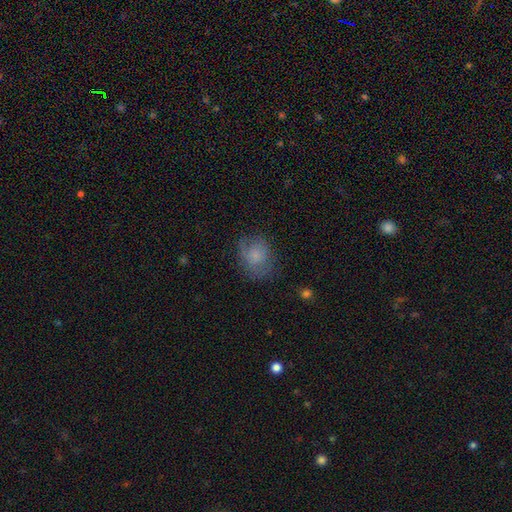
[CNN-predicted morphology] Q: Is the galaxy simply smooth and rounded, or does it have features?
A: smooth — 62%.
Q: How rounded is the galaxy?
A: round — 56%.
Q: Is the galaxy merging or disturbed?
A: none — 56%.